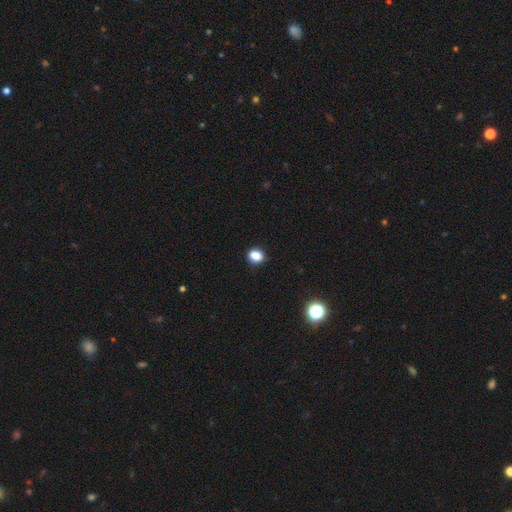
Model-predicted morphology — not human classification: This is clearly a smooth galaxy (84%). How rounded: likely round (61%). Merging: clearly none (89%).